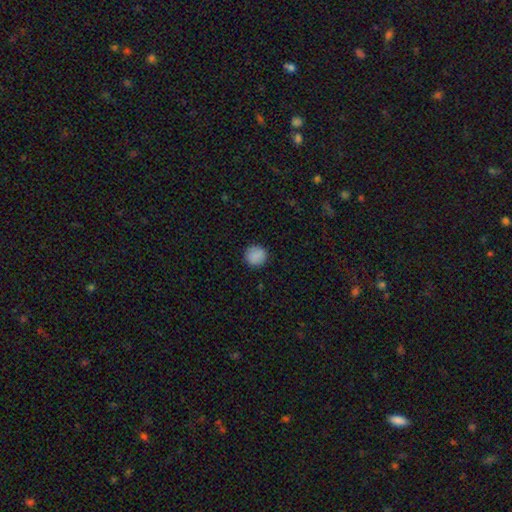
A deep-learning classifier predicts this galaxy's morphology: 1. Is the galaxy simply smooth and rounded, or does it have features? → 88% smooth, 9% star or artifact, 3% featured or disk.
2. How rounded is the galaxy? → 92% round, 7% in between, 1% cigar-shaped.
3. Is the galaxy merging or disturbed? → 90% none, 7% minor disturbance, 2% major disturbance, 1% merger.